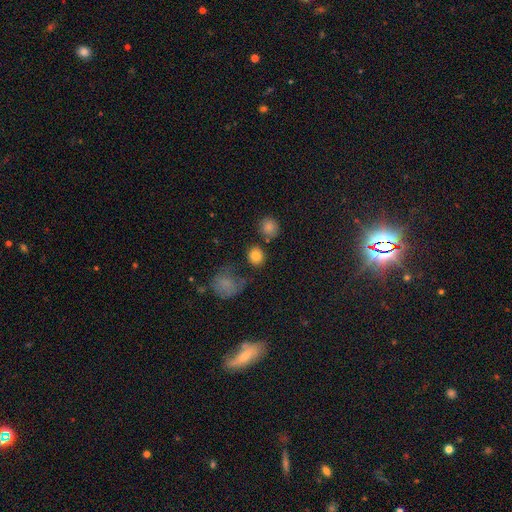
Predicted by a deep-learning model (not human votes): Smooth or featured: smooth — 84% (star or artifact — 11%)
How rounded: round — 80% (in between — 18%)
Merging: none — 76% (minor disturbance — 11%)